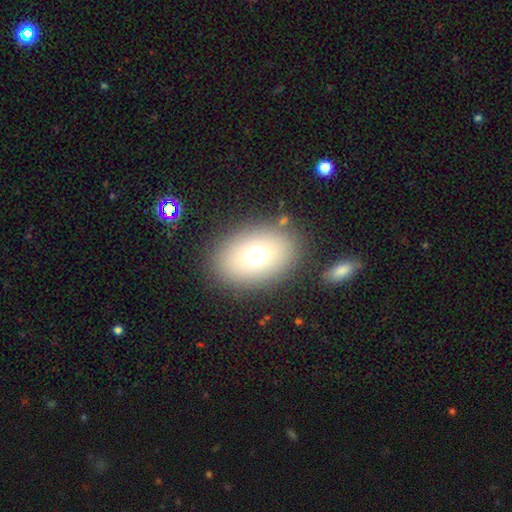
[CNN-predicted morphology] smooth 71%, featured or disk 16%, star or artifact 12%. Down the decision tree: how rounded — in between (76%); merging — none (84%).